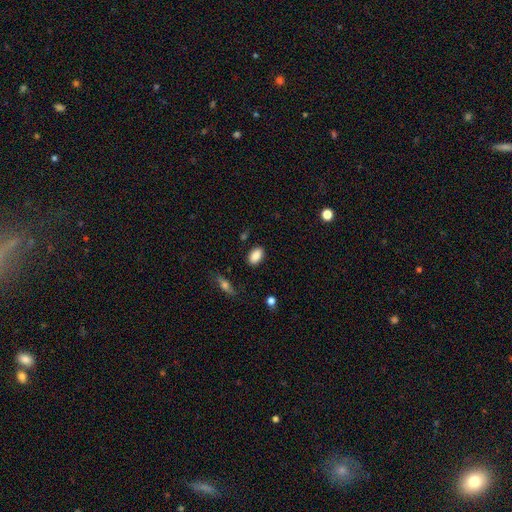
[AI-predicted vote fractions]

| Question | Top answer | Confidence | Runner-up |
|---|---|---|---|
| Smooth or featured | smooth | 88% | star or artifact (8%) |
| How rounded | in between | 91% | round (7%) |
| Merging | none | 86% | minor disturbance (10%) |